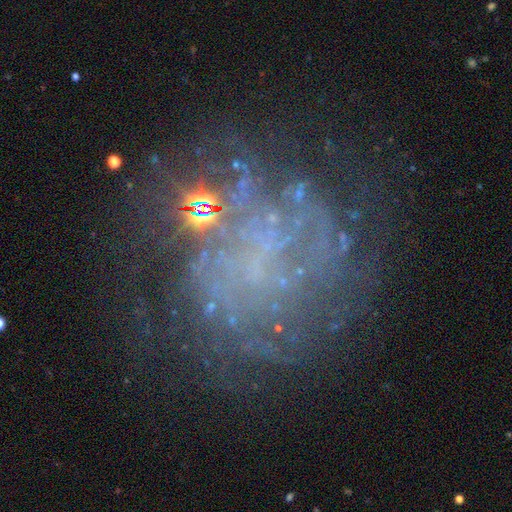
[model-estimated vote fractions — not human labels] This appears to be a featured or disk galaxy (64%) with no bar (84%), no spiral arms (55%) and no central bulge (77%). Merging: none (59%).